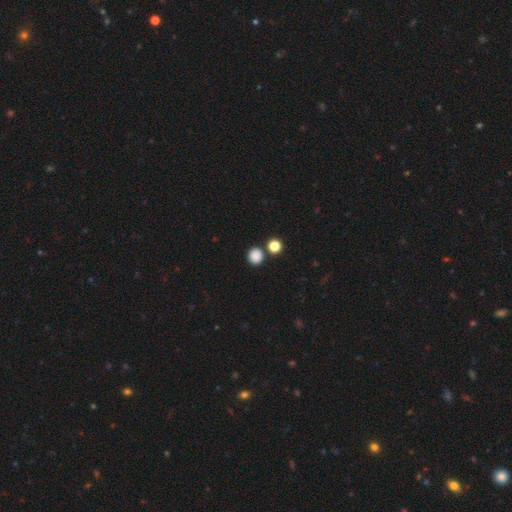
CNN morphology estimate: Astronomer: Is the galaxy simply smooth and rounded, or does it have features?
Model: smooth — 85%.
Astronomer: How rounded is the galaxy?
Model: round — 89%.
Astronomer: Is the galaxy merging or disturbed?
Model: none — 81%.